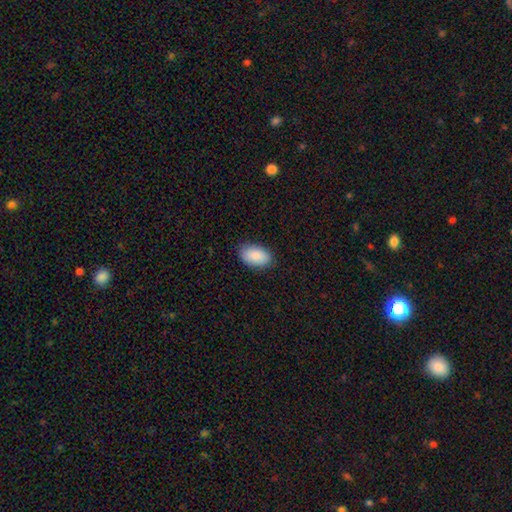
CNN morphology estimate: Overall: smooth (90%). How rounded: in between (94%). Merging: none (85%).